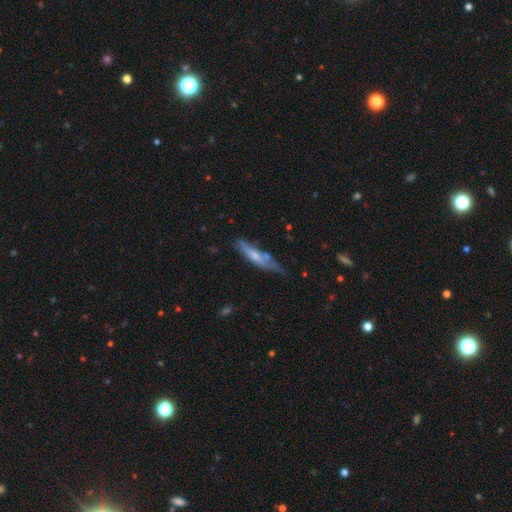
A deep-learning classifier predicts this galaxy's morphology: The model was most divided on "smooth or featured": smooth: 51%, featured or disk: 43%, star or artifact: 6%. More confident: how rounded — cigar-shaped (81%); merging — none (53%).